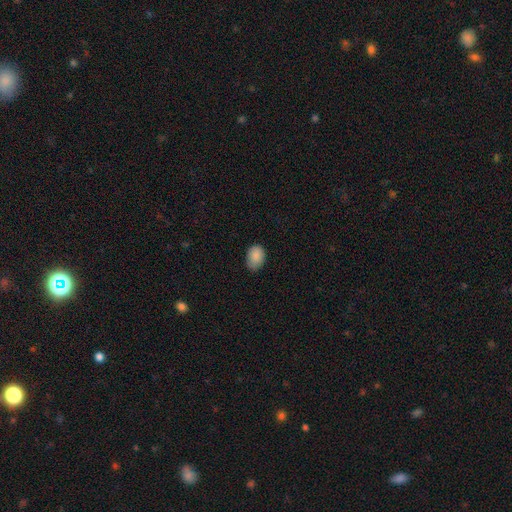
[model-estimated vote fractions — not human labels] The model was most divided on "merging": none: 71%, minor disturbance: 25%, major disturbance: 3%, merger: 1%. More confident: smooth or featured — smooth (88%); how rounded — in between (81%).